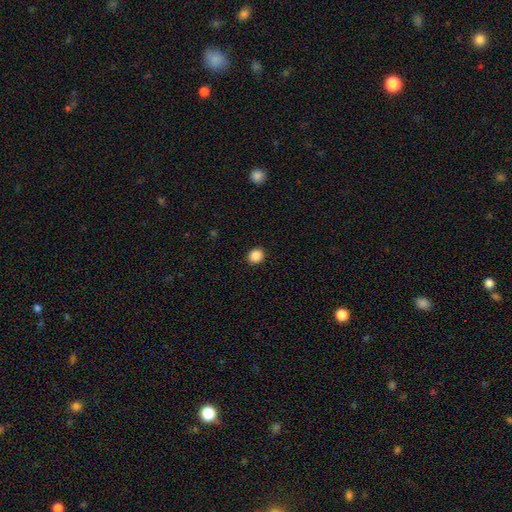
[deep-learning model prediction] Smooth or featured? smooth (88%)
How rounded? round (80%)
Merging? none (91%)